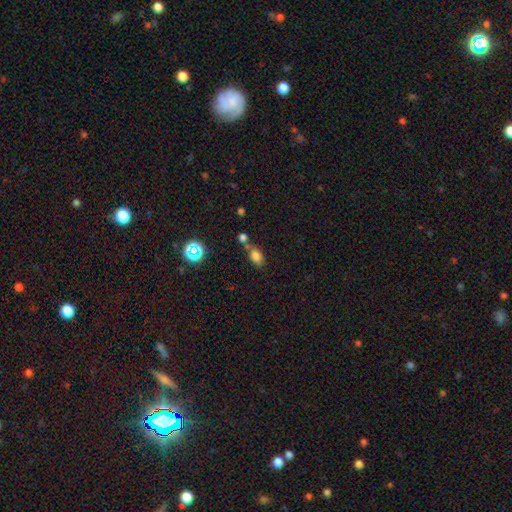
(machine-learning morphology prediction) A smooth galaxy with no disk features (77%) that is in between round and cigar-shaped (84%). Merging: none (52%).